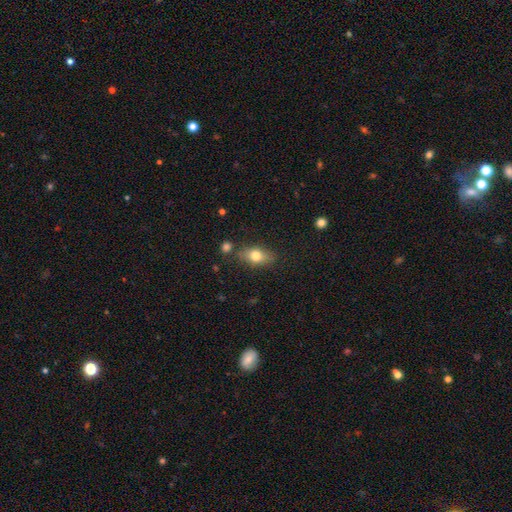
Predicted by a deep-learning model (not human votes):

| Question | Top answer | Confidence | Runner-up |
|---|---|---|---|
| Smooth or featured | smooth | 75% | featured or disk (17%) |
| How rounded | in between | 79% | round (14%) |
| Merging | none | 76% | minor disturbance (15%) |